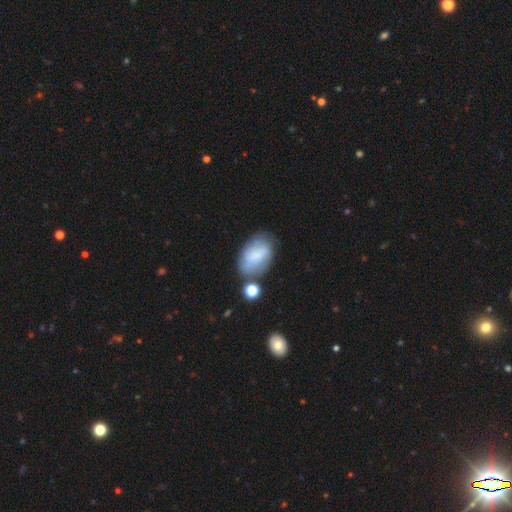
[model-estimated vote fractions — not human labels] Smooth or featured: smooth — 61% (featured or disk — 30%)
How rounded: in between — 89% (round — 9%)
Merging: none — 55% (minor disturbance — 25%)